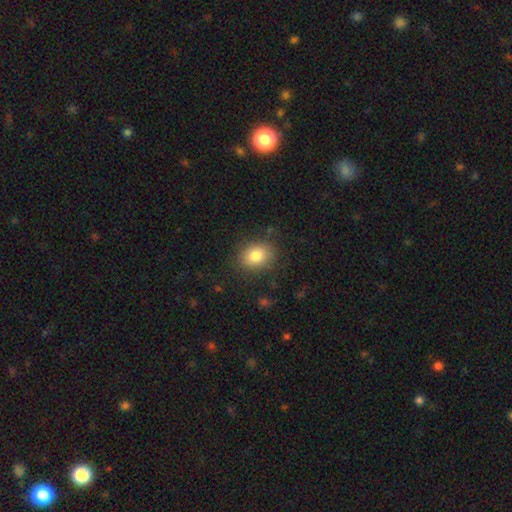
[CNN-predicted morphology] smooth 83%, star or artifact 9%, featured or disk 8%. Down the decision tree: how rounded — in between (62%); merging — none (83%).